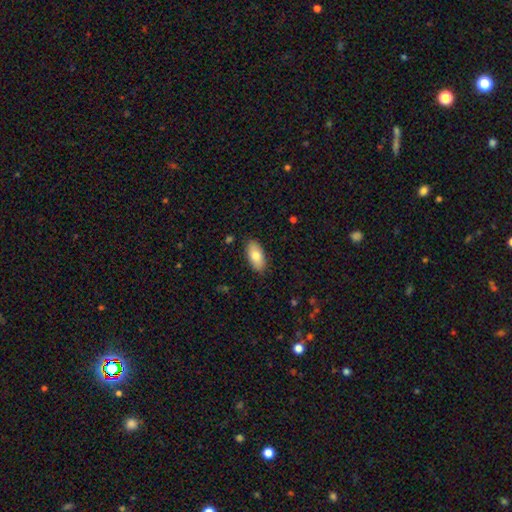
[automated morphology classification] A smooth galaxy with no disk features (78%) that is in between round and cigar-shaped (91%). Merging: none (87%).